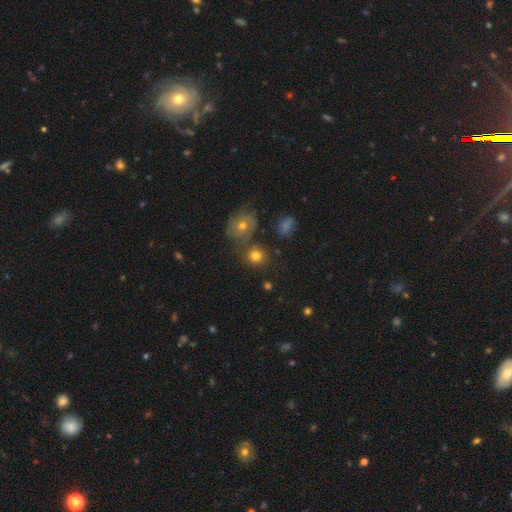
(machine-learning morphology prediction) Smooth or featured?
  - smooth: 78% *
  - star or artifact: 13%
  - featured or disk: 9%
How rounded?
  - round: 85% *
  - in between: 14%
  - cigar-shaped: 1%
Merging?
  - none: 69% *
  - merger: 17%
  - minor disturbance: 10%
  - major disturbance: 4%